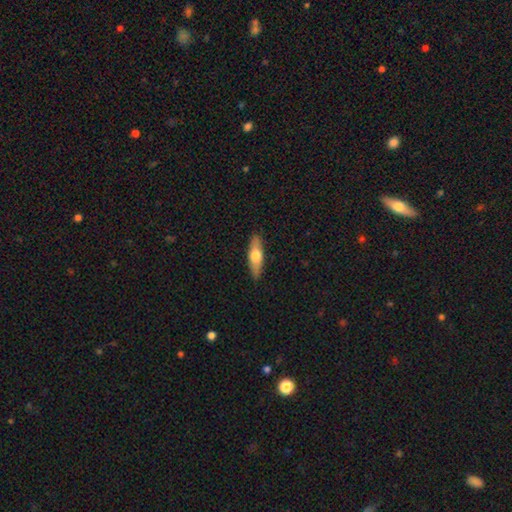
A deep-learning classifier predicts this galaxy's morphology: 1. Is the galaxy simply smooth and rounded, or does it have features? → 59% smooth, 35% featured or disk, 6% star or artifact.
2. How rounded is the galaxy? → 52% cigar-shaped, 45% in between, 3% round.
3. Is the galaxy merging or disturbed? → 87% none, 10% minor disturbance, 2% major disturbance, 1% merger.